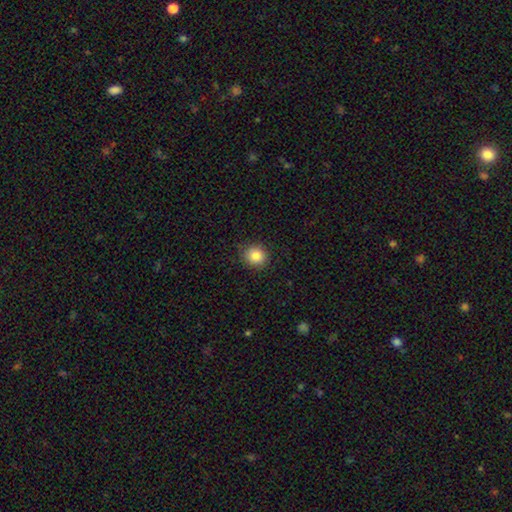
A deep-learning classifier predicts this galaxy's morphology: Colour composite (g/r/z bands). It shows a smooth galaxy with no disk features (85%) that is round (85%). Merging: none (87%).